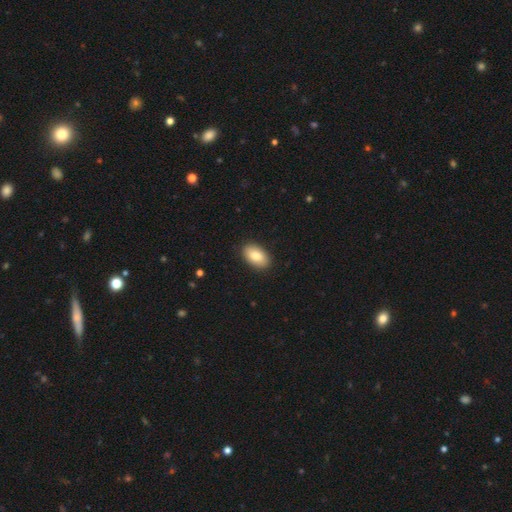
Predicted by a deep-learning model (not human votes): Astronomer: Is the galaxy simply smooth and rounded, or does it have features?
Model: smooth — 83%.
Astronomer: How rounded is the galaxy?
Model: in between — 93%.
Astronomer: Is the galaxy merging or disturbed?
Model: none — 90%.